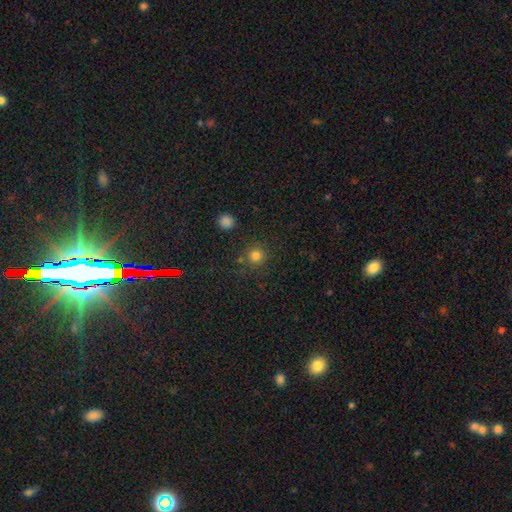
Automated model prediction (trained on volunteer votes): Smooth or featured? smooth (80%)
How rounded? round (93%)
Merging? none (82%)